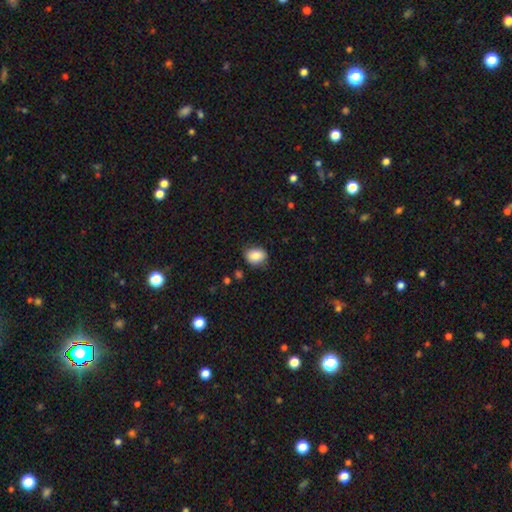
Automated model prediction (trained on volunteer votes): Morphology: type=smooth (85%); roundness=in between (60%); merging=none (77%).